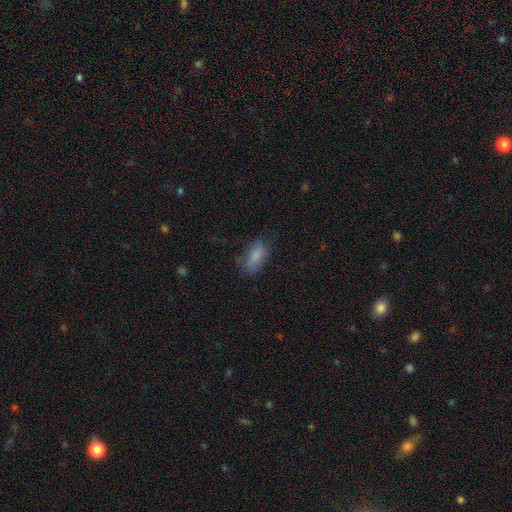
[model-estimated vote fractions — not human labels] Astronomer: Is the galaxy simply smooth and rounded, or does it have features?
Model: smooth — 82%.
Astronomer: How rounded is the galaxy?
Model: in between — 84%.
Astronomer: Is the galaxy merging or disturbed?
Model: none — 62%.